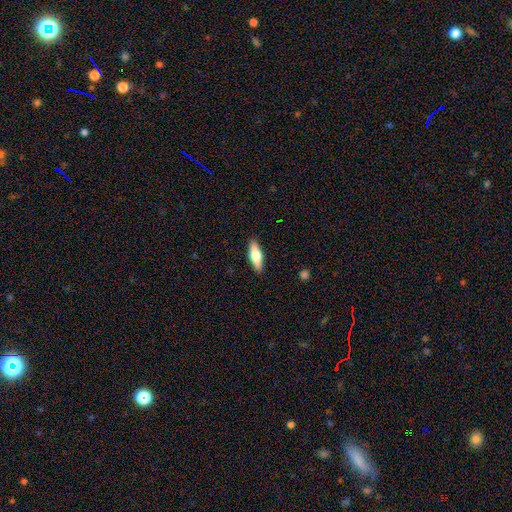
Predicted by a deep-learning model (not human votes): A smooth galaxy with no disk features (65%) that is in between round and cigar-shaped (52%).

Vote fractions:
- Smooth or featured? smooth: 65% / featured or disk: 29% / star or artifact: 6%
- How rounded? in between: 52% / cigar-shaped: 46% / round: 2%
- Merging? none: 89% / minor disturbance: 8% / major disturbance: 2% / merger: 1%